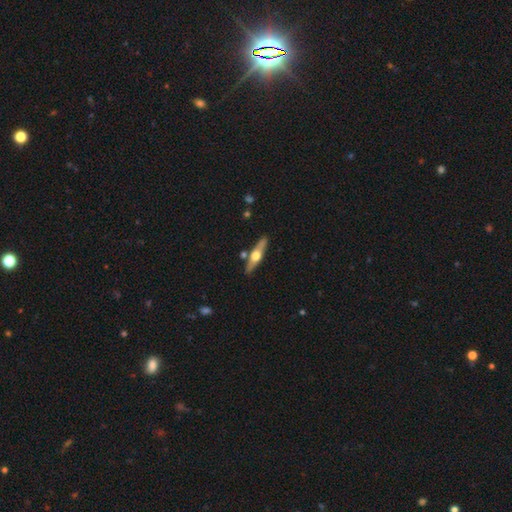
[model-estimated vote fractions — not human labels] featured or disk 65%, smooth 30%, star or artifact 5%. Down the decision tree: edge-on disk — yes (94%); edge-on bulge — rounded (95%); merging — none (84%).